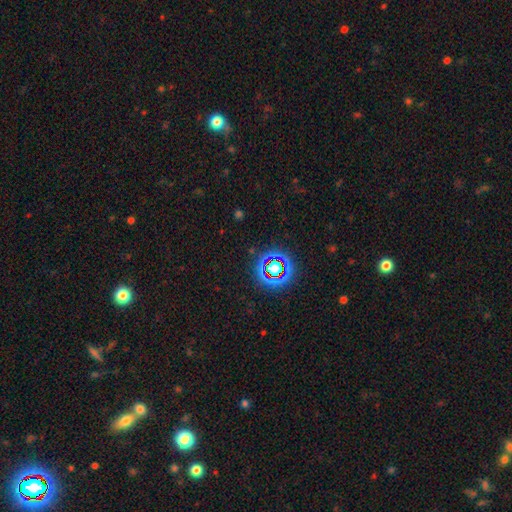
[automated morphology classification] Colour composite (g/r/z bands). It shows a star or artifact, not a galaxy (61%).